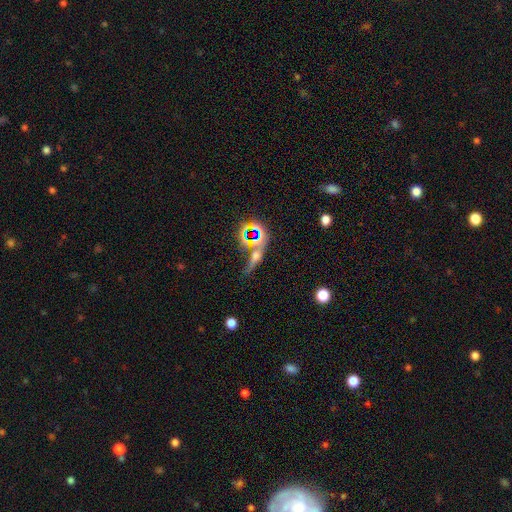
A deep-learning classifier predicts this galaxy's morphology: This is marginally a star or artifact rather than a galaxy (35%).